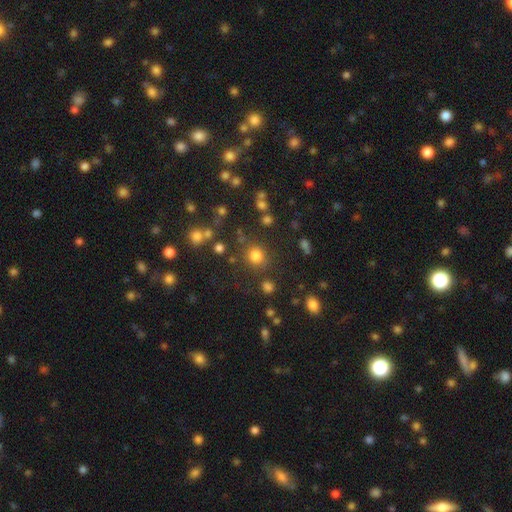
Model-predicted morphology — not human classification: Smooth or featured? Predicted: smooth (p=0.78). How rounded? Predicted: round (p=0.88). Merging? Predicted: none (p=0.80).